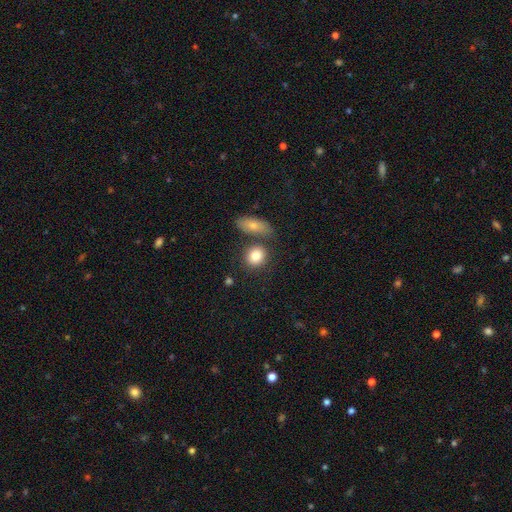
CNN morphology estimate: Smooth or featured? Predicted: smooth (p=0.82). How rounded? Predicted: round (p=0.65). Merging? Predicted: none (p=0.68).